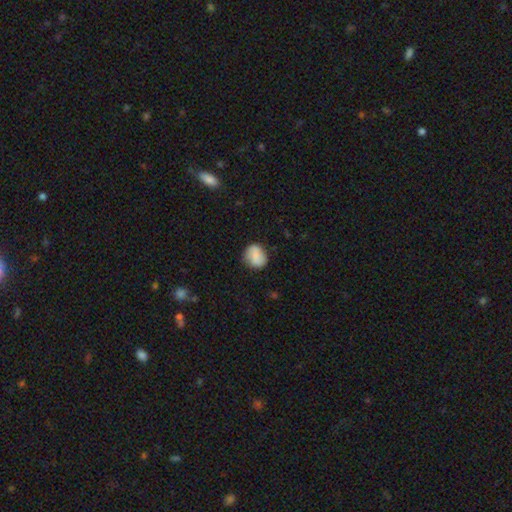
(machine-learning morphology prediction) smooth_or_featured: smooth (p=0.77) [alt: featured or disk p=0.15]
how_rounded: round (p=0.71) [alt: in between p=0.28]
merging: none (p=0.80) [alt: minor disturbance p=0.15]